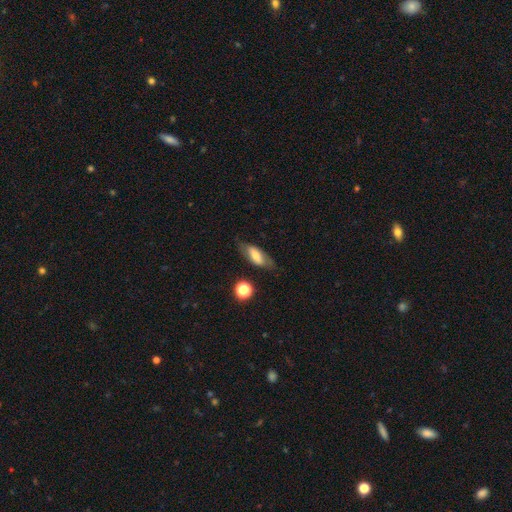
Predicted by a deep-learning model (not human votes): Smooth or featured?
  - smooth: 54% *
  - featured or disk: 37%
  - star or artifact: 9%
How rounded?
  - in between: 70% *
  - cigar-shaped: 25%
  - round: 5%
Merging?
  - none: 70% *
  - minor disturbance: 19%
  - major disturbance: 8%
  - merger: 3%